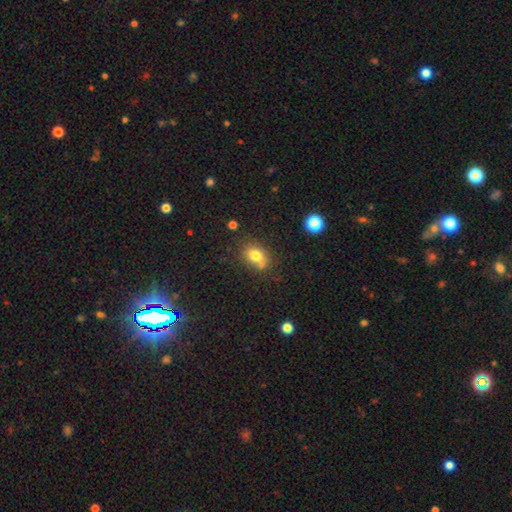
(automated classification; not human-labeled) smooth 76%, star or artifact 12%, featured or disk 12%. Down the decision tree: how rounded — in between (60%); merging — none (60%).